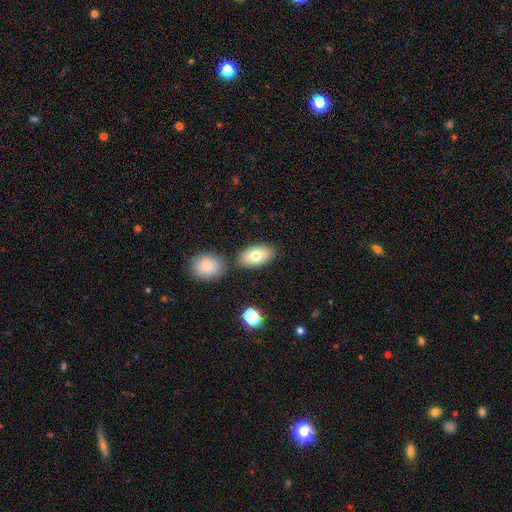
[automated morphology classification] type=smooth (77%); roundness=in between (93%); merging=none (76%).